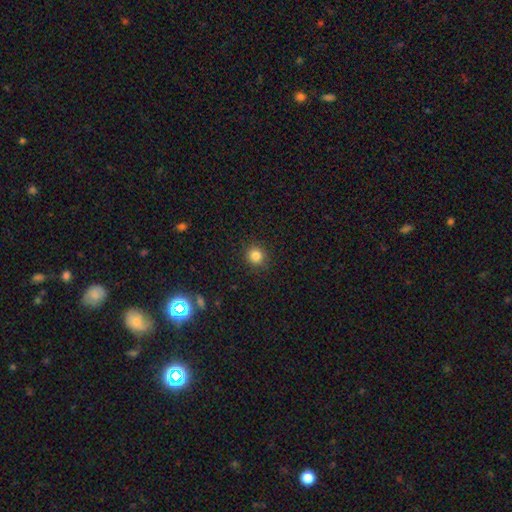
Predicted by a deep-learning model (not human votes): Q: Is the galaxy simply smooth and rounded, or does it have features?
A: smooth — 83%.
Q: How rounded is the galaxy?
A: round — 91%.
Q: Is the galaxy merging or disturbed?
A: none — 91%.